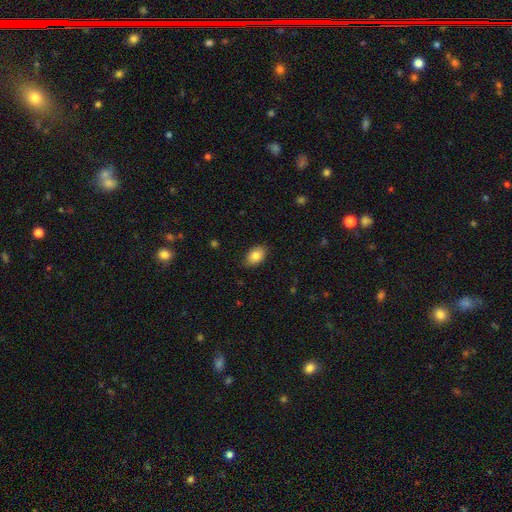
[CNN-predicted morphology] This appears to be a smooth galaxy with no disk features (83%) that is in between round and cigar-shaped (88%). Merging: none (86%).